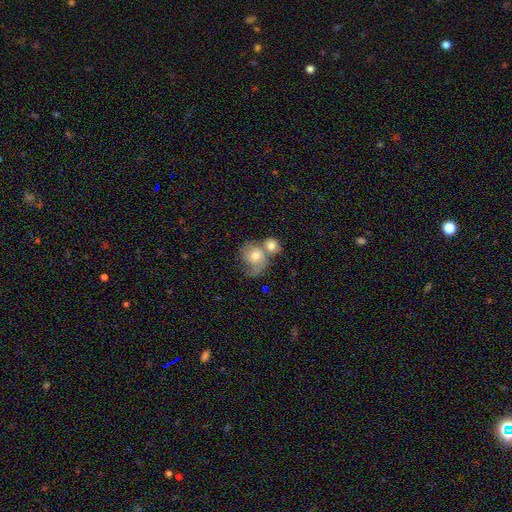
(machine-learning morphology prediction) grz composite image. It shows a smooth galaxy with no disk features (54%) that is round (69%). Merging: merger (57%).